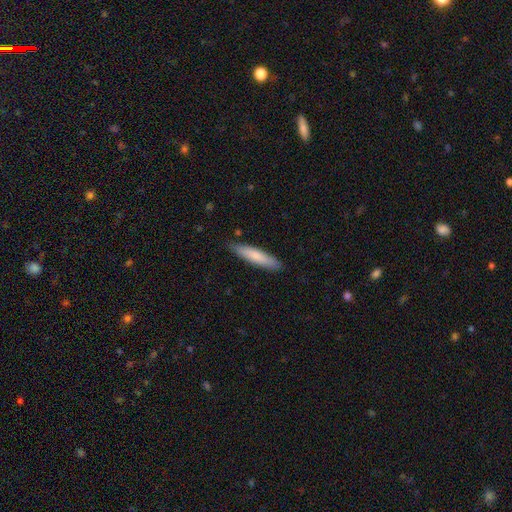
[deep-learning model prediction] smooth 78%, featured or disk 17%, star or artifact 5%. Down the decision tree: how rounded — cigar-shaped (83%); merging — none (86%).